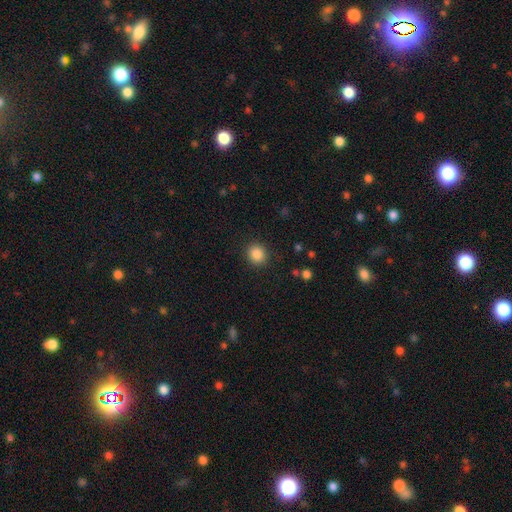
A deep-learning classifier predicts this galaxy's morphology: Smooth or featured? smooth (86%)
How rounded? round (85%)
Merging? none (90%)